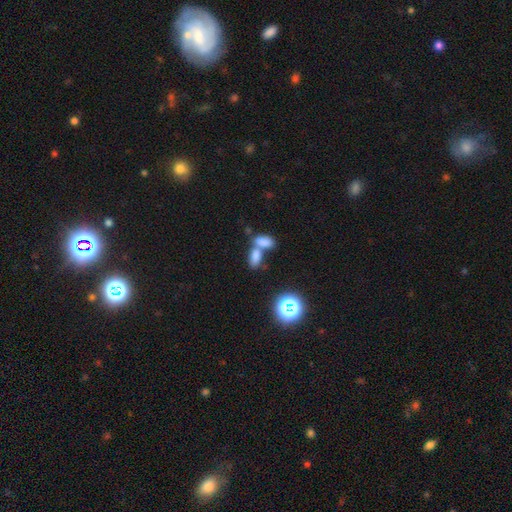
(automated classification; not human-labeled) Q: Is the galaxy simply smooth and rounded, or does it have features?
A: smooth — 77%.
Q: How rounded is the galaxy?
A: in between — 89%.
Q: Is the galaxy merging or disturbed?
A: merger — 62%.